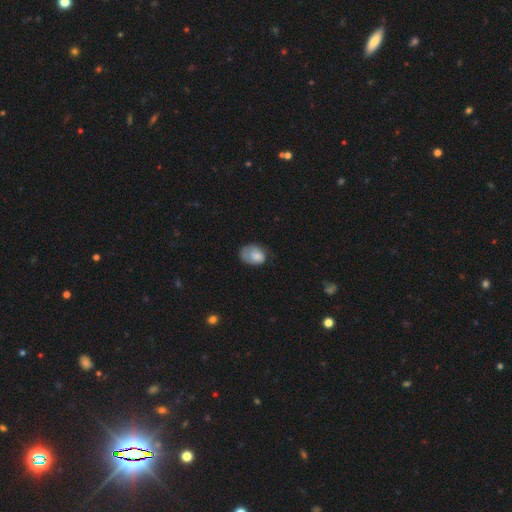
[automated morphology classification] smooth-or-featured: smooth: 69% | featured or disk: 24% | star or artifact: 7%
  how-rounded: in between: 70% | round: 29% | cigar-shaped: 1%
  merging: none: 46% | minor disturbance: 32% | major disturbance: 20% | merger: 2%